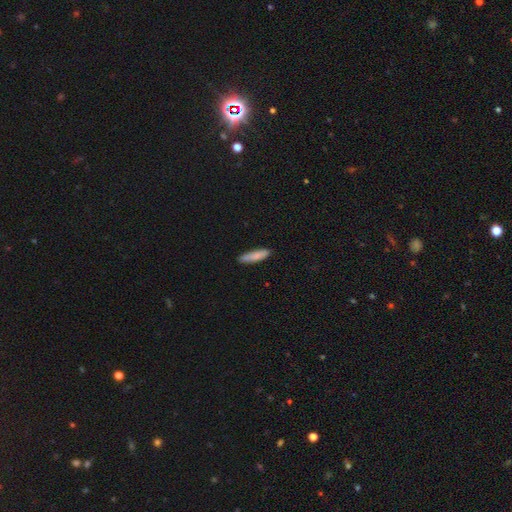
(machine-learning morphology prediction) smooth_or_featured: smooth (p=0.83) [alt: featured or disk p=0.11]
how_rounded: cigar-shaped (p=0.70) [alt: in between p=0.29]
merging: none (p=0.86) [alt: minor disturbance p=0.11]